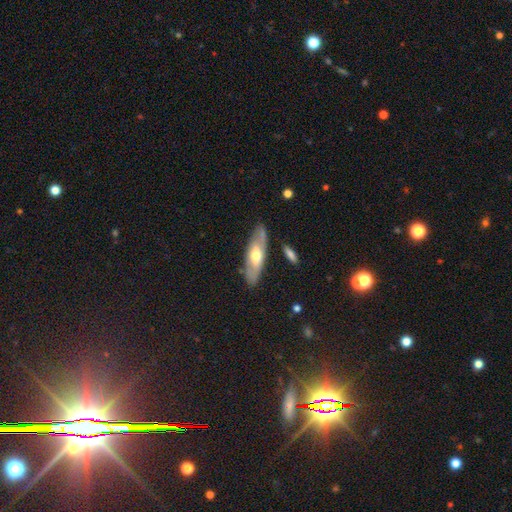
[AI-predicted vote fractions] Smooth or featured? Predicted: featured or disk (p=0.55). Edge-on disk? Predicted: no (p=0.63). Merging? Predicted: none (p=0.79).